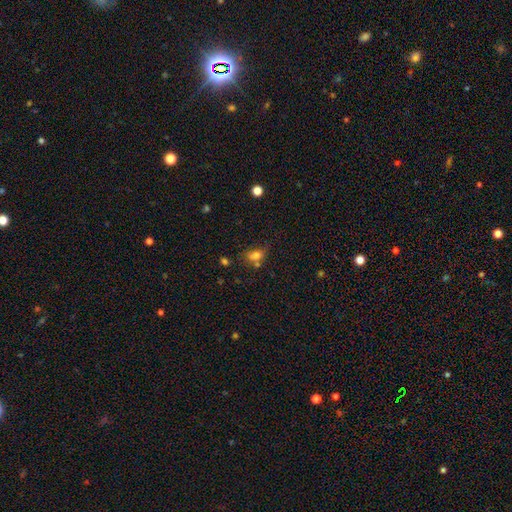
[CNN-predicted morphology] smooth_or_featured: smooth (p=0.76) [alt: star or artifact p=0.13]
how_rounded: in between (p=0.76) [alt: round p=0.20]
merging: none (p=0.49) [alt: minor disturbance p=0.22]